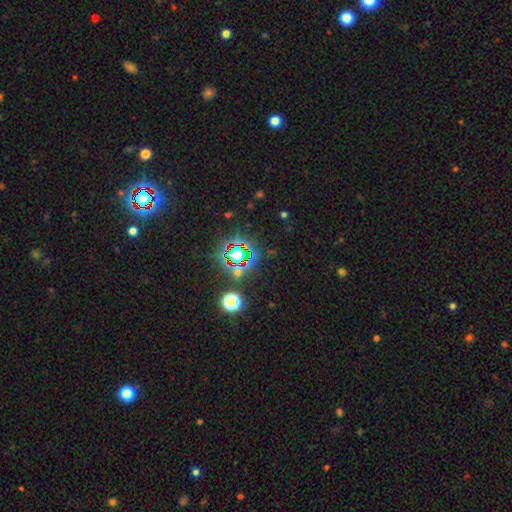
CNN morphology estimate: Overall: star or artifact (81%).